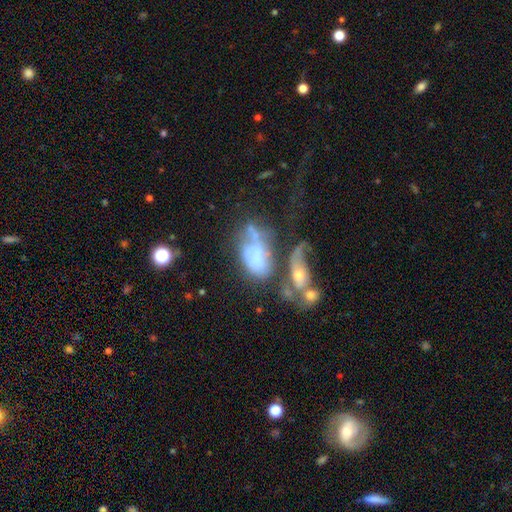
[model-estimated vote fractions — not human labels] This is possibly a featured or disk galaxy (48%). Merging: marginally merger (43%).